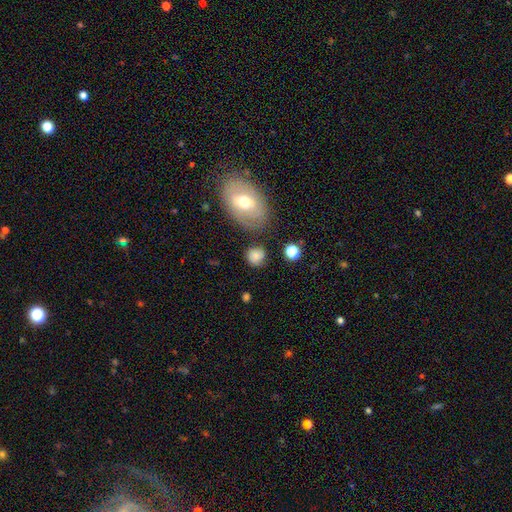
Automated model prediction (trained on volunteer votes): The model was most divided on "merging": none: 74%, minor disturbance: 16%, major disturbance: 6%, merger: 5%. More confident: how rounded — round (80%); smooth or featured — smooth (76%).